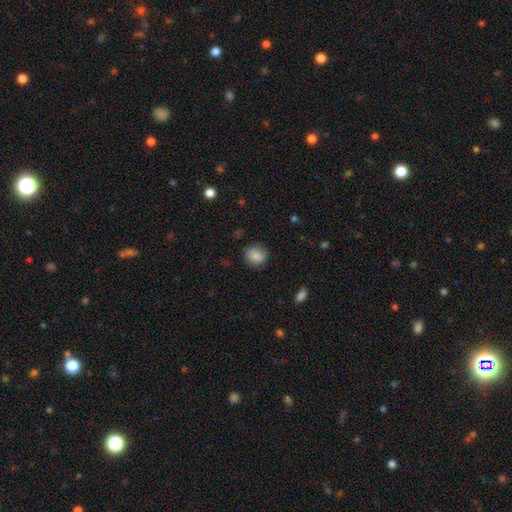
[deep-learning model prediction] A smooth galaxy with no disk features (84%) that is round (80%).

Vote fractions:
- Smooth or featured? smooth: 84% / star or artifact: 8% / featured or disk: 8%
- How rounded? round: 80% / in between: 19% / cigar-shaped: 1%
- Merging? none: 79% / minor disturbance: 16% / major disturbance: 4% / merger: 1%